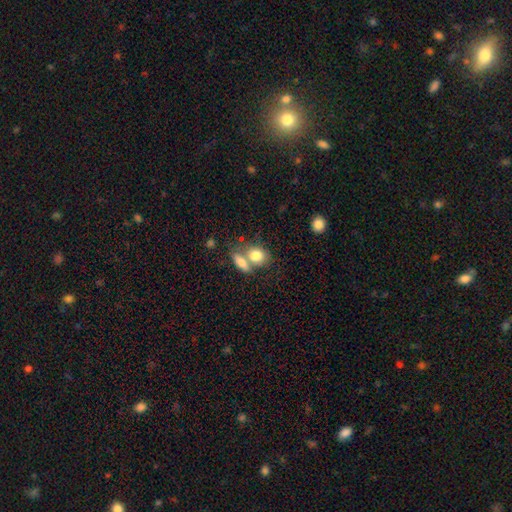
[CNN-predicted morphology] smooth_or_featured: smooth (p=0.80) [alt: featured or disk p=0.12]
how_rounded: in between (p=0.61) [alt: round p=0.36]
merging: merger (p=0.54) [alt: none p=0.32]